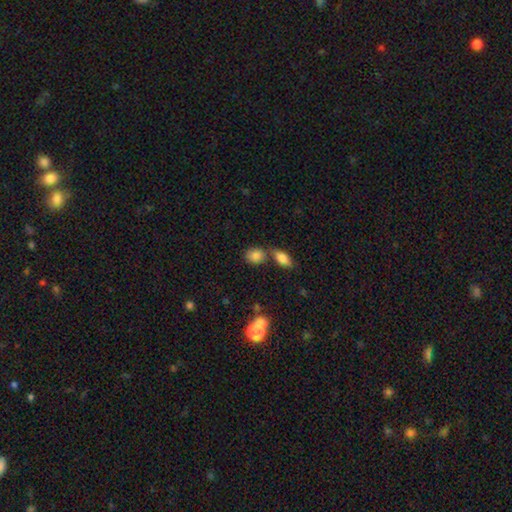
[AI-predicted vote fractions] Smooth or featured: smooth — 83% (star or artifact — 10%)
How rounded: round — 54% (in between — 44%)
Merging: none — 61% (merger — 23%)